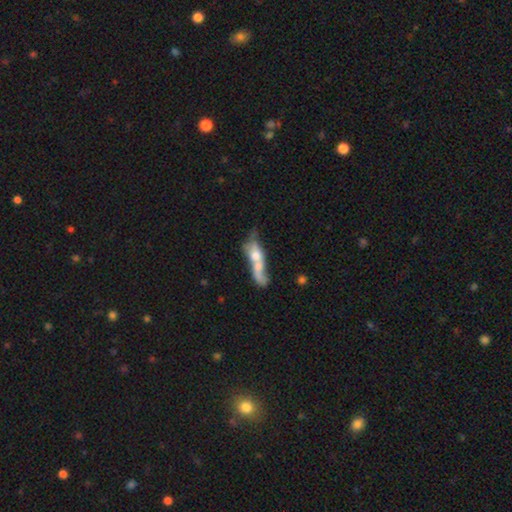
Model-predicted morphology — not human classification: This is possibly a smooth galaxy (52%). How rounded: possibly in between (54%). Merging: likely merger (67%).